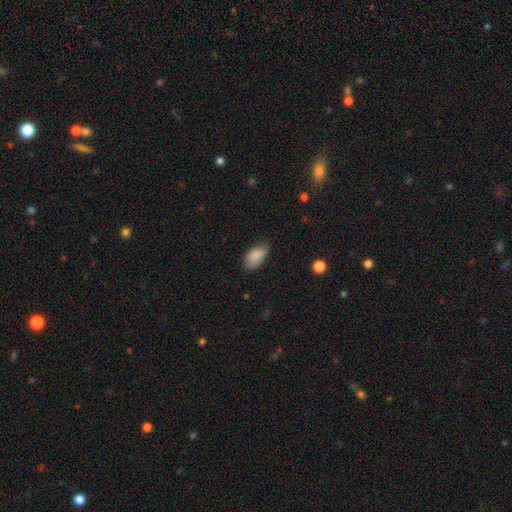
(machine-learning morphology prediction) Smooth or featured: smooth — 87% (star or artifact — 7%)
How rounded: in between — 93% (round — 5%)
Merging: none — 70% (minor disturbance — 24%)